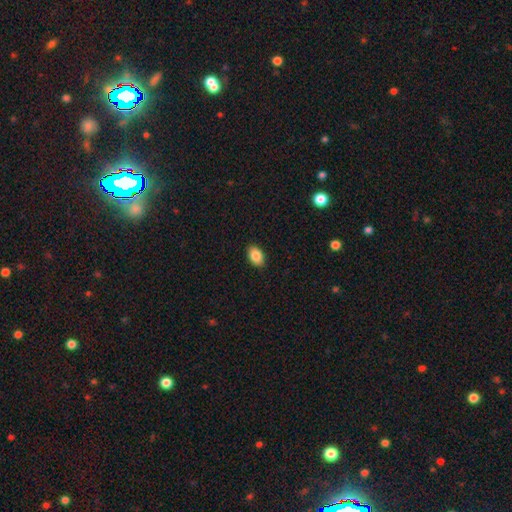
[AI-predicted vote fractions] Morphology: type=smooth (87%); roundness=in between (85%); merging=none (90%).